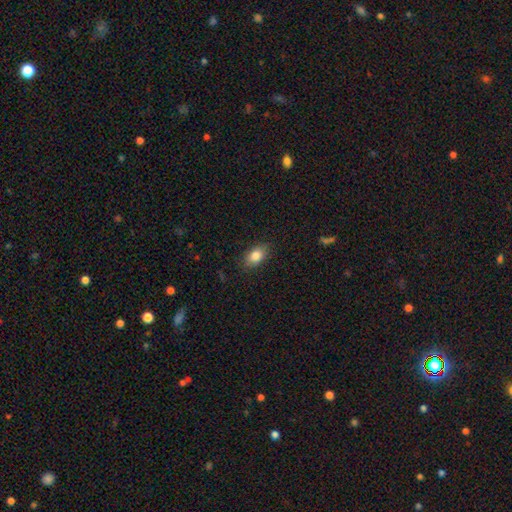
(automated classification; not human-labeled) Smooth or featured?
  - smooth: 84% *
  - featured or disk: 8%
  - star or artifact: 8%
How rounded?
  - in between: 88% *
  - round: 10%
  - cigar-shaped: 2%
Merging?
  - none: 85% *
  - minor disturbance: 11%
  - major disturbance: 3%
  - merger: 1%